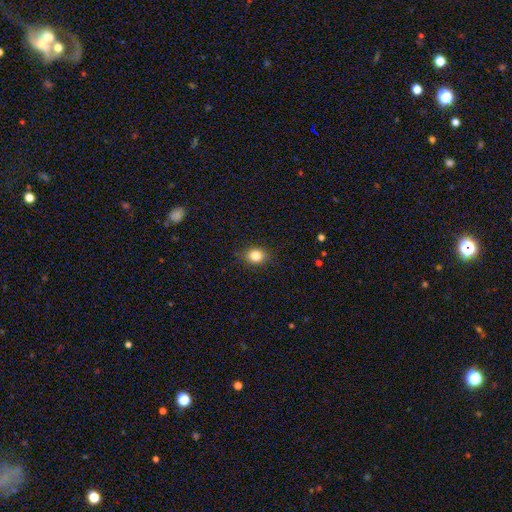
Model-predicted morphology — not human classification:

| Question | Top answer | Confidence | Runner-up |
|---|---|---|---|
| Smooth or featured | smooth | 83% | star or artifact (11%) |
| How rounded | round | 61% | in between (38%) |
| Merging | none | 85% | minor disturbance (11%) |